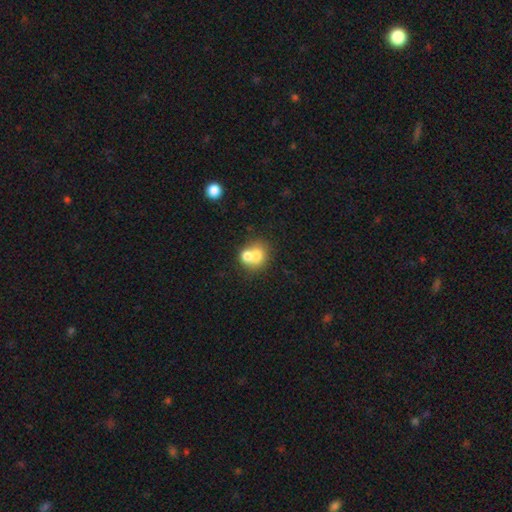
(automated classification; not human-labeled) smooth-or-featured: smooth: 70% | featured or disk: 20% | star or artifact: 10%
  how-rounded: round: 72% | in between: 28% | cigar-shaped: 1%
  merging: merger: 61% | none: 30% | minor disturbance: 7% | major disturbance: 3%